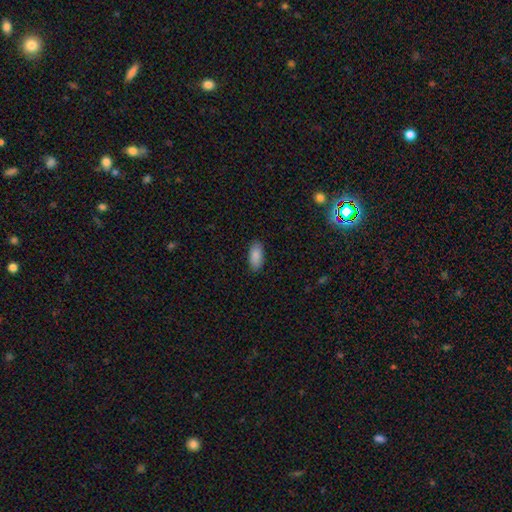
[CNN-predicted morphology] A smooth galaxy with no disk features (89%) that is in between round and cigar-shaped (91%).

Vote fractions:
- Smooth or featured? smooth: 89% / star or artifact: 6% / featured or disk: 5%
- How rounded? in between: 91% / cigar-shaped: 6% / round: 2%
- Merging? none: 87% / minor disturbance: 10% / major disturbance: 2% / merger: 1%